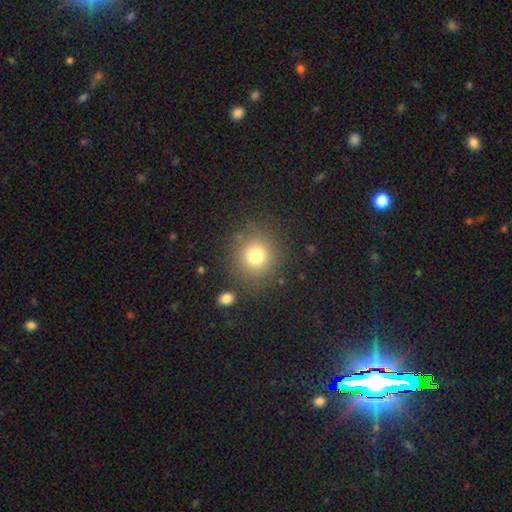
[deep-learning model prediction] A smooth galaxy with no disk features (75%) that is round (91%). Merging: none (83%).